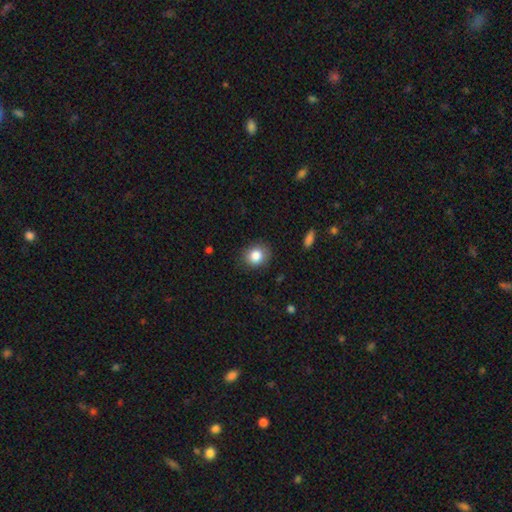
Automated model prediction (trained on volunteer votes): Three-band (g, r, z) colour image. It shows a smooth galaxy with no disk features (84%) that is round (70%). Merging: none (84%).